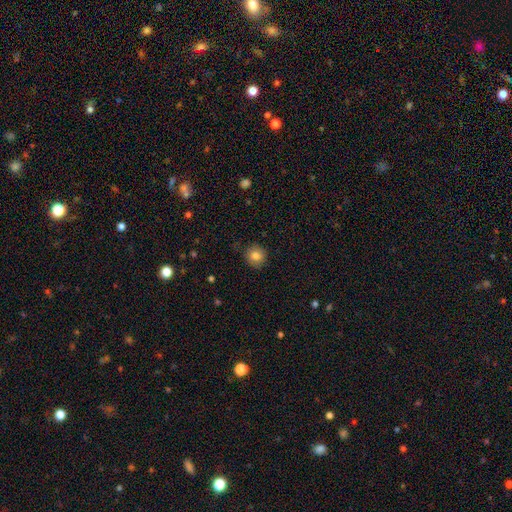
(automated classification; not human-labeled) A smooth galaxy with no disk features (82%) that is round (91%). Merging: none (88%).